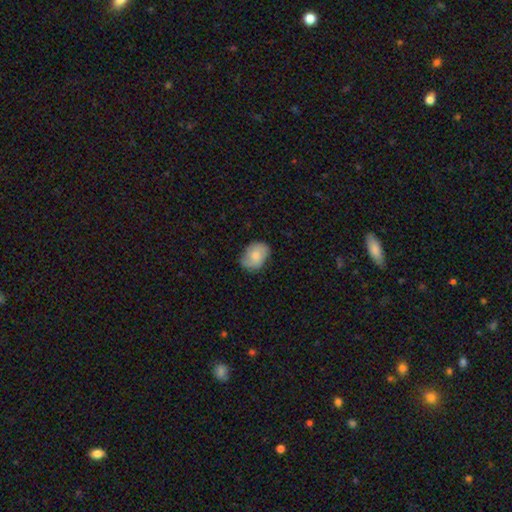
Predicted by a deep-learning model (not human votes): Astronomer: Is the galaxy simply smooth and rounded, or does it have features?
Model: smooth — 69%.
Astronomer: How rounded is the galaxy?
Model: in between — 66%.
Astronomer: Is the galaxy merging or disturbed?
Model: none — 70%.